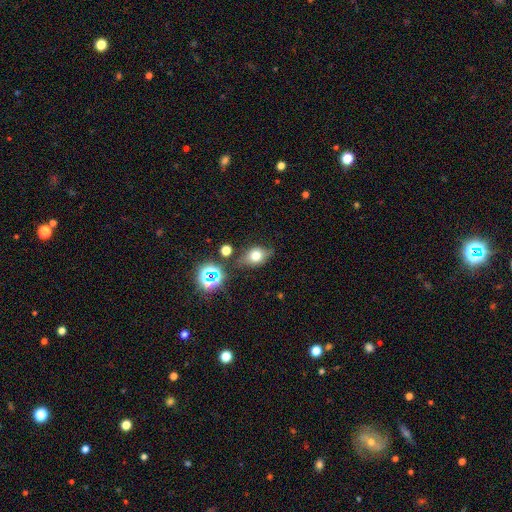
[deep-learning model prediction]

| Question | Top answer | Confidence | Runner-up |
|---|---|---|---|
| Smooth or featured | smooth | 64% | featured or disk (18%) |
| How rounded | in between | 67% | round (31%) |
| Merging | none | 69% | minor disturbance (20%) |